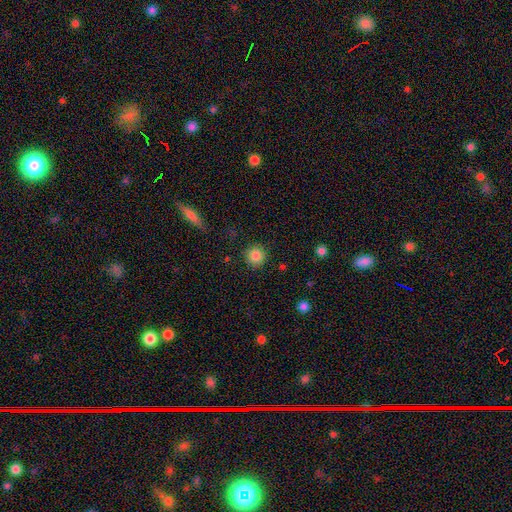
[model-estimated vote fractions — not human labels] Smooth or featured: smooth — 85% (star or artifact — 10%)
How rounded: round — 94% (in between — 5%)
Merging: none — 89% (minor disturbance — 7%)